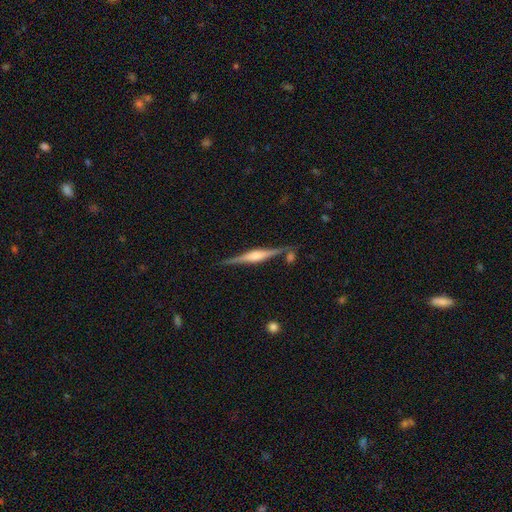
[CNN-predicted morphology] type=featured or disk (80%); edge-on=yes (98%); edge-on bulge=rounded (71%); merging=none (83%).